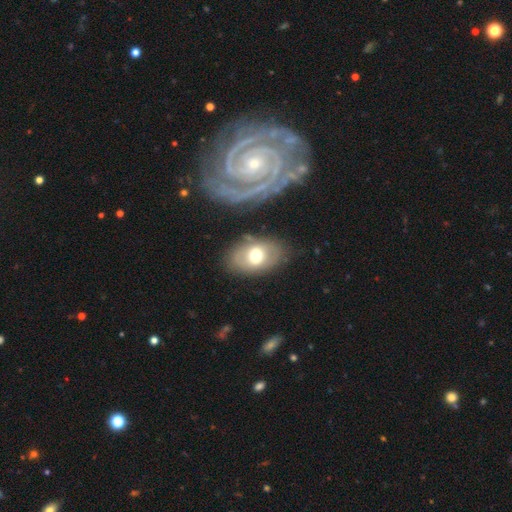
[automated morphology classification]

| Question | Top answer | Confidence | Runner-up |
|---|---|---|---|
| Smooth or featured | smooth | 55% | featured or disk (37%) |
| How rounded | in between | 82% | round (17%) |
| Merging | none | 73% | minor disturbance (15%) |